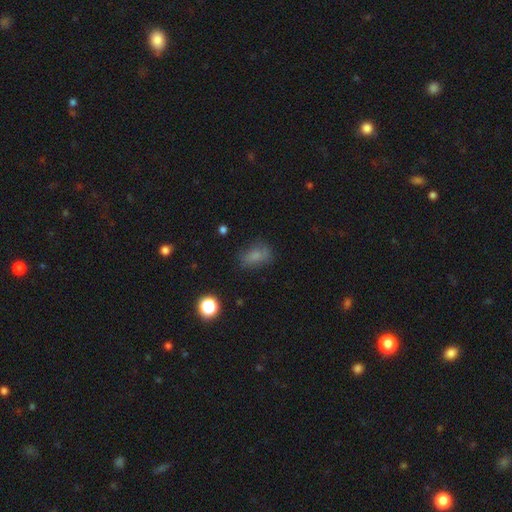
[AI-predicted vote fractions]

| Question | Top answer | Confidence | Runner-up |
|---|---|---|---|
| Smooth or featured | smooth | 74% | star or artifact (14%) |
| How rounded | in between | 82% | round (14%) |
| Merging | none | 68% | minor disturbance (21%) |